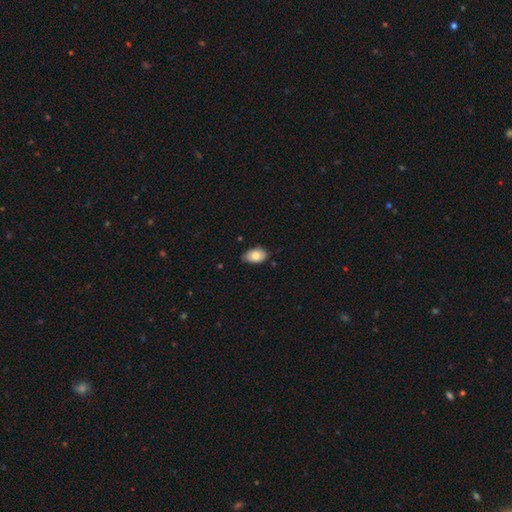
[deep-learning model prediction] A smooth galaxy with no disk features (79%) that is in between round and cigar-shaped (90%).

Vote fractions:
- Smooth or featured? smooth: 79% / featured or disk: 14% / star or artifact: 7%
- How rounded? in between: 90% / round: 8% / cigar-shaped: 1%
- Merging? none: 63% / minor disturbance: 32% / major disturbance: 4% / merger: 2%